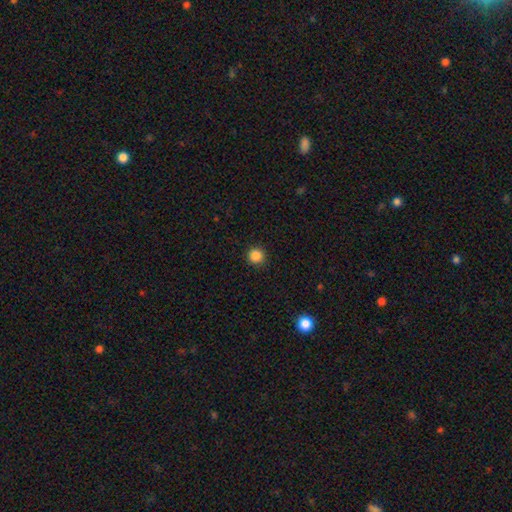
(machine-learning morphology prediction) Smooth or featured? smooth (86%)
How rounded? round (95%)
Merging? none (93%)